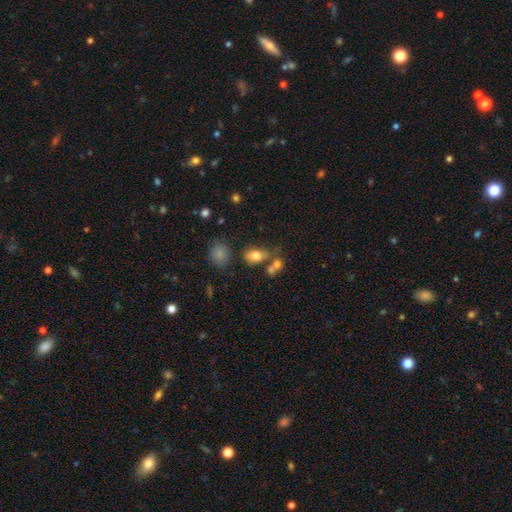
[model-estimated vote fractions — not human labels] Smooth or featured: smooth — 76% (featured or disk — 13%)
How rounded: in between — 81% (round — 16%)
Merging: none — 50% (merger — 27%)